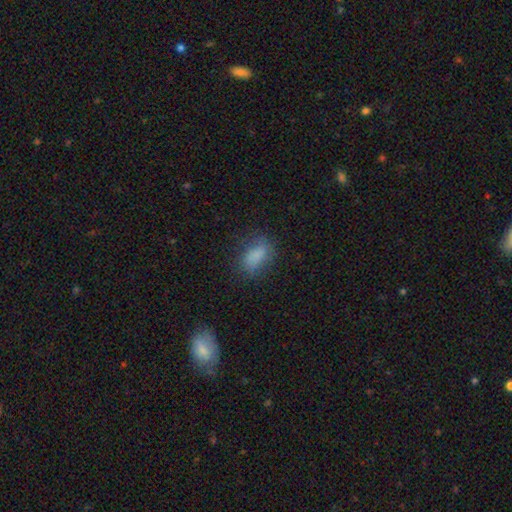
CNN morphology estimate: This appears to be a smooth galaxy with no disk features (81%) that is in between round and cigar-shaped (86%). Merging: none (68%).